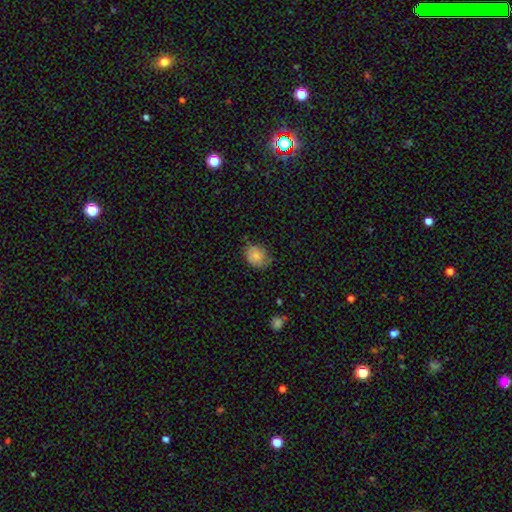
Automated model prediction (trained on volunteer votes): Smooth or featured?
  - smooth: 79% *
  - featured or disk: 13%
  - star or artifact: 9%
How rounded?
  - round: 56% *
  - in between: 43%
  - cigar-shaped: 1%
Merging?
  - none: 67% *
  - minor disturbance: 26%
  - major disturbance: 6%
  - merger: 1%